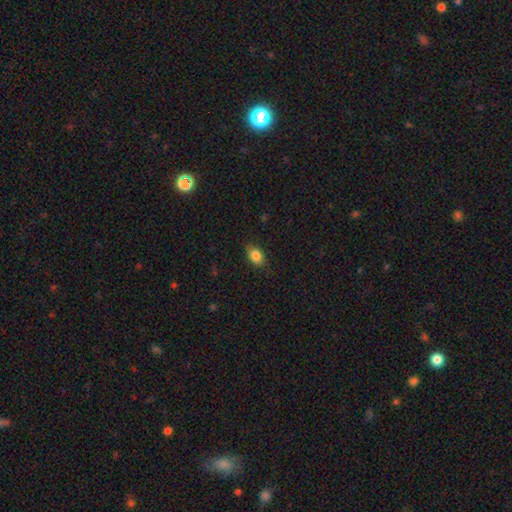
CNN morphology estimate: Q: Smooth or featured?
A: smooth (85%); runner-up: star or artifact (9%)
Q: How rounded?
A: in between (79%); runner-up: round (19%)
Q: Merging?
A: none (83%); runner-up: minor disturbance (14%)